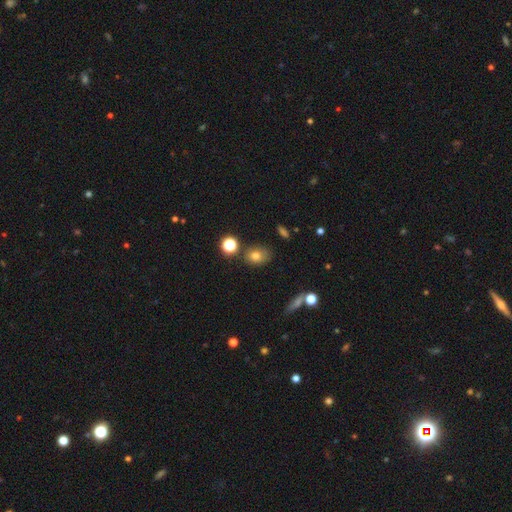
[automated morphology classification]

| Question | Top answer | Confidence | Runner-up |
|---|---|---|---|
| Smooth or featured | smooth | 73% | star or artifact (15%) |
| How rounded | in between | 57% | round (42%) |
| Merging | none | 70% | minor disturbance (18%) |